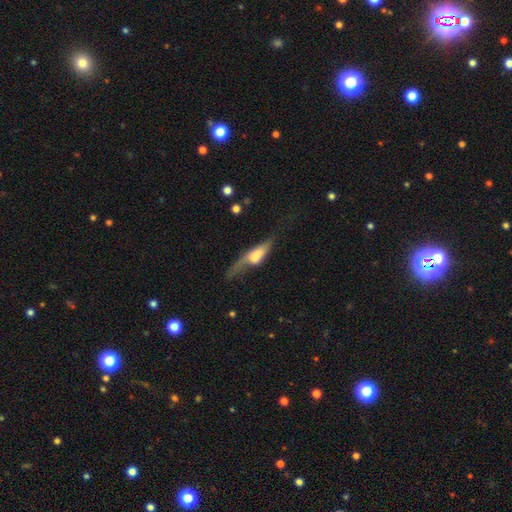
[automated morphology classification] Overall: smooth (49%; featured or disk 43%). Merging: major disturbance (42%; none 26%).